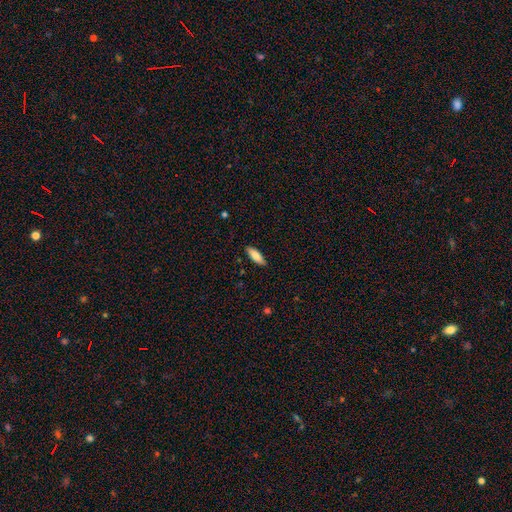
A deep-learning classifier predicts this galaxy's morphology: Overall: smooth (77%). How rounded: in between (60%; cigar-shaped 38%). Merging: none (87%).